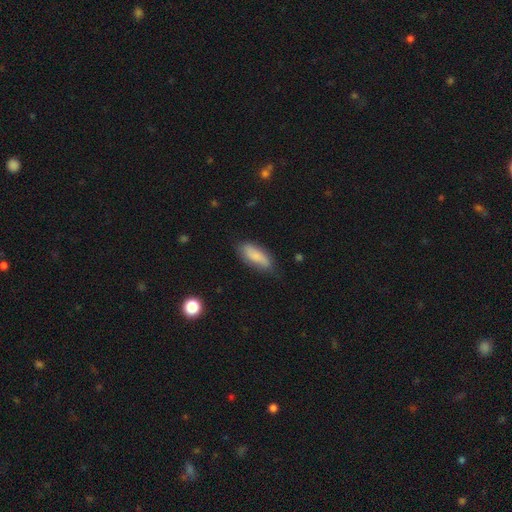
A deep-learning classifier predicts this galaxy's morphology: A smooth galaxy with no disk features (80%) that is in between round and cigar-shaped (73%).

Vote fractions:
- Smooth or featured? smooth: 80% / featured or disk: 13% / star or artifact: 6%
- How rounded? in between: 73% / cigar-shaped: 25% / round: 2%
- Merging? none: 74% / minor disturbance: 21% / major disturbance: 4% / merger: 2%